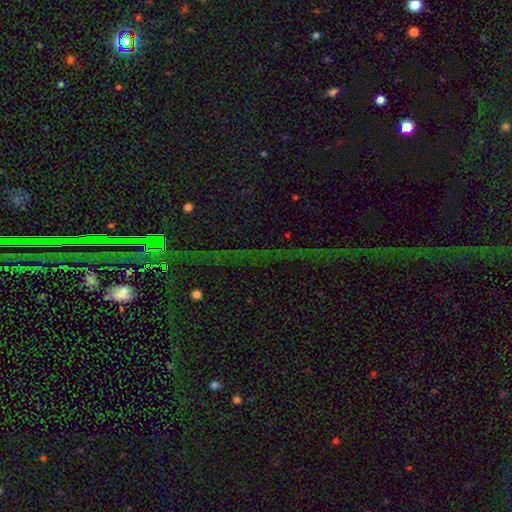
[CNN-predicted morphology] Smooth or featured? Predicted: star or artifact (p=0.78).